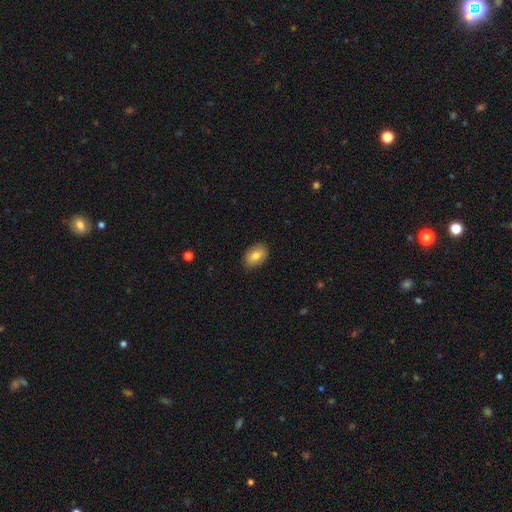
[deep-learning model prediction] smooth 78%, featured or disk 14%, star or artifact 7%. Down the decision tree: how rounded — in between (86%); merging — none (85%).